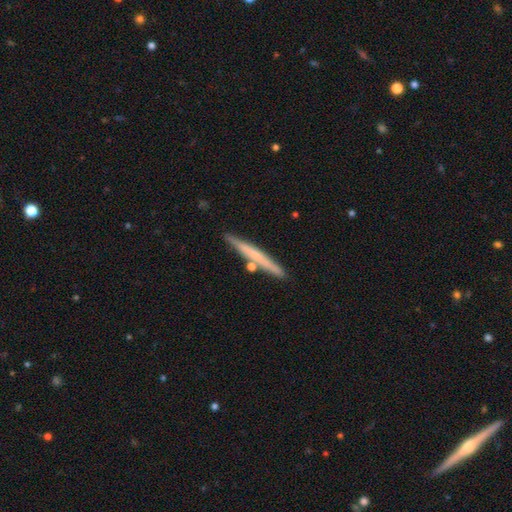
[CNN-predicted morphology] Smooth or featured?
  - smooth: 53% *
  - featured or disk: 41%
  - star or artifact: 6%
How rounded?
  - cigar-shaped: 97% *
  - in between: 2%
  - round: 1%
Merging?
  - none: 85% *
  - minor disturbance: 9%
  - merger: 5%
  - major disturbance: 2%